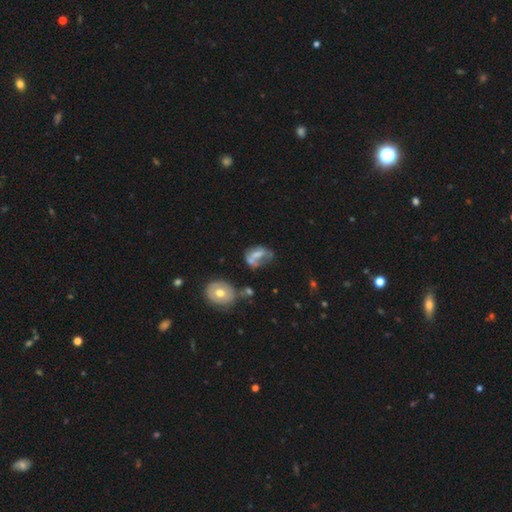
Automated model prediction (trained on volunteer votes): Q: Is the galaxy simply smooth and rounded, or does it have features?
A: smooth — 47%.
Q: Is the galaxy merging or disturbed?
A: major disturbance — 30%.